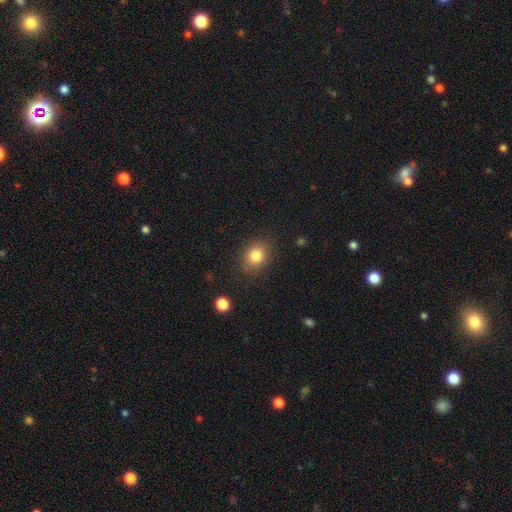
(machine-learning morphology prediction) Q: Smooth or featured?
A: smooth (82%); runner-up: star or artifact (11%)
Q: How rounded?
A: round (53%); runner-up: in between (46%)
Q: Merging?
A: none (84%); runner-up: minor disturbance (11%)